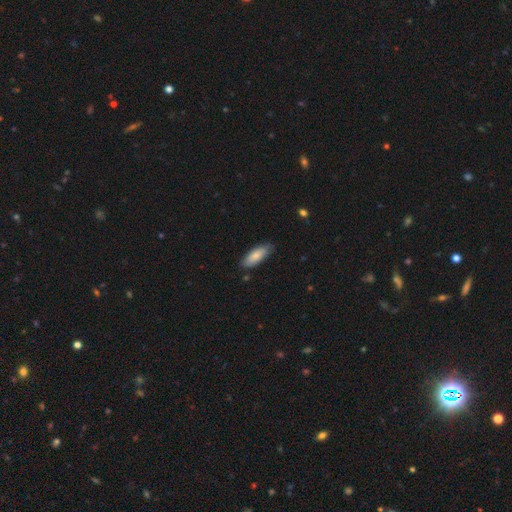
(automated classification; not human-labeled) Smooth or featured? smooth (82%)
How rounded? in between (67%)
Merging? none (81%)